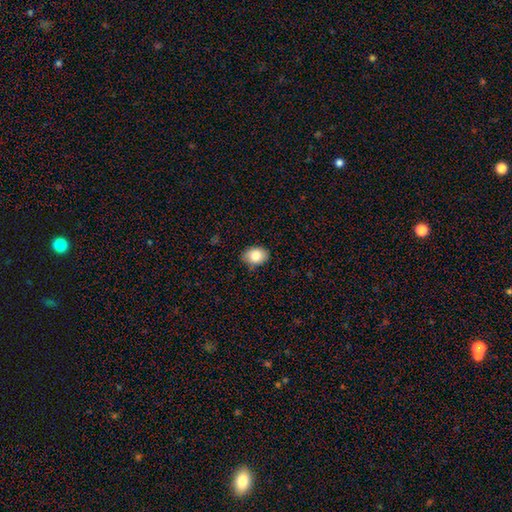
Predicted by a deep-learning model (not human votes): Smooth or featured: smooth — 85% (star or artifact — 8%)
How rounded: in between — 70% (round — 29%)
Merging: none — 82% (minor disturbance — 14%)